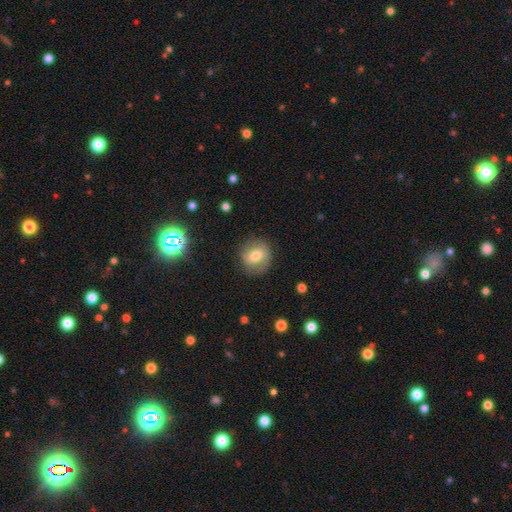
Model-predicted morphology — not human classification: A smooth galaxy with no disk features (61%) that is round (76%).

Vote fractions:
- Smooth or featured? smooth: 61% / featured or disk: 29% / star or artifact: 10%
- How rounded? round: 76% / in between: 23% / cigar-shaped: 1%
- Merging? none: 79% / minor disturbance: 14% / major disturbance: 5% / merger: 1%